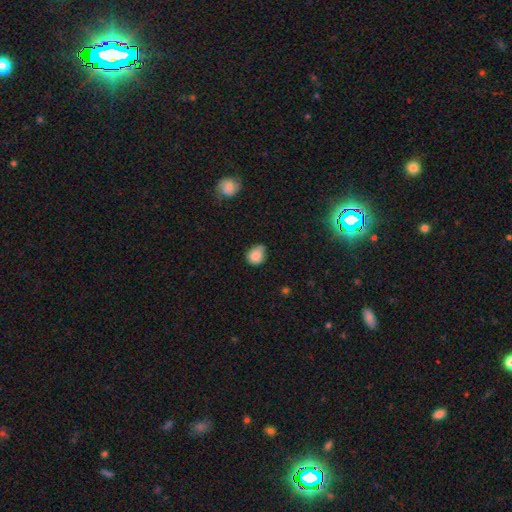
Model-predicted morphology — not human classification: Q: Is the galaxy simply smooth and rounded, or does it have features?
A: smooth — 83%.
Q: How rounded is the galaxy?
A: round — 62%.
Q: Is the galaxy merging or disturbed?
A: none — 46%.